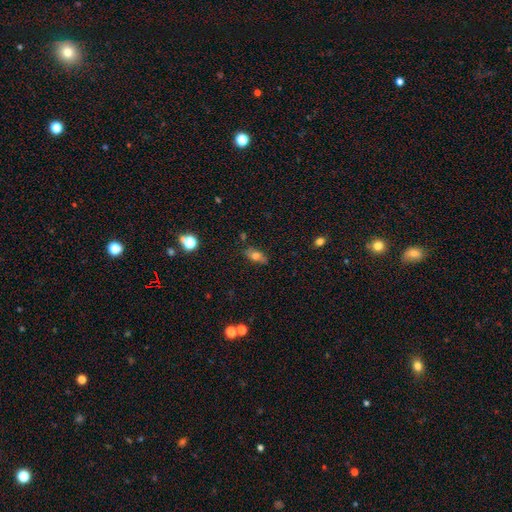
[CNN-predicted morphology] Overall: smooth (71%). How rounded: in between (80%). Merging: none (74%).